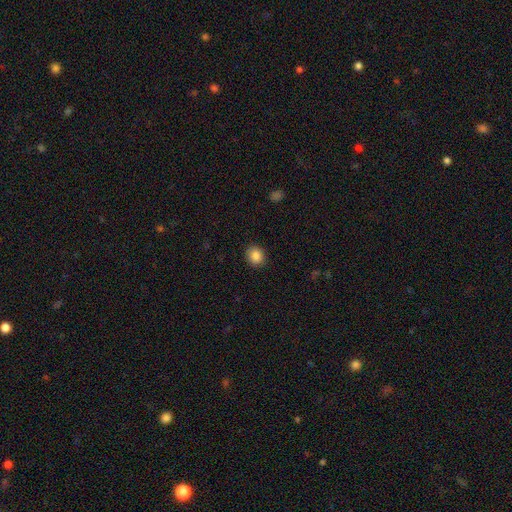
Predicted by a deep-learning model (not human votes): smooth 86%, star or artifact 9%, featured or disk 4%. Down the decision tree: how rounded — round (75%); merging — none (90%).